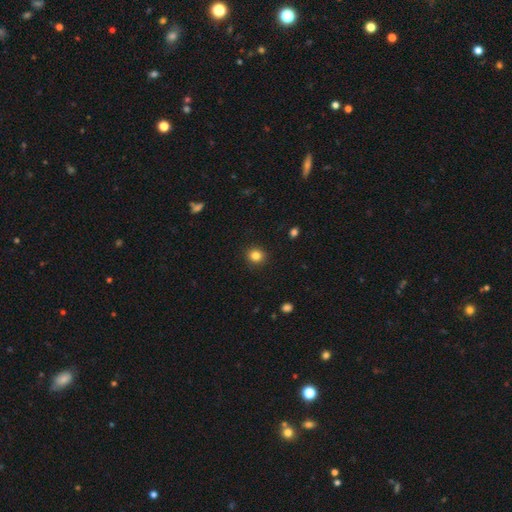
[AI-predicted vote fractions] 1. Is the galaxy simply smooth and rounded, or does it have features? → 84% smooth, 11% star or artifact, 5% featured or disk.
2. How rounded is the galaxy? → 84% round, 15% in between, 1% cigar-shaped.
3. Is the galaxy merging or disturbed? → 91% none, 6% minor disturbance, 2% major disturbance, 1% merger.